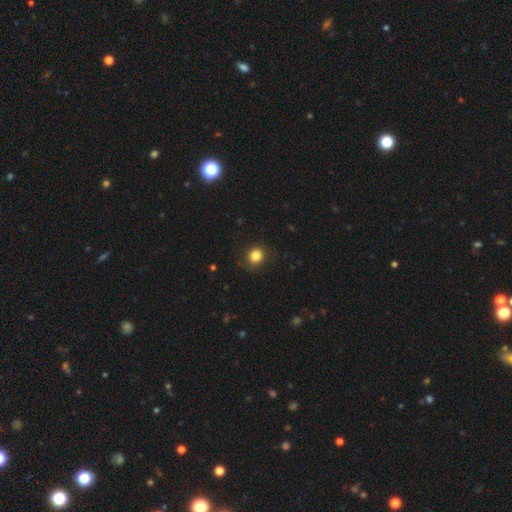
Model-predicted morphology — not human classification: Smooth or featured: smooth — 84% (star or artifact — 11%)
How rounded: round — 87% (in between — 12%)
Merging: none — 85% (minor disturbance — 11%)